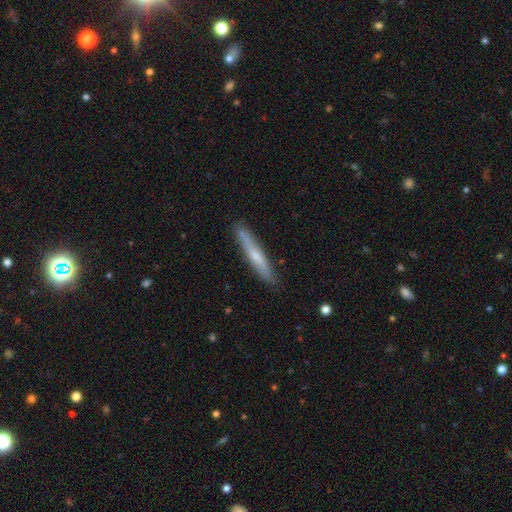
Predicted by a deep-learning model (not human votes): Morphology: type=smooth (51%); roundness=cigar-shaped (94%); merging=none (85%).